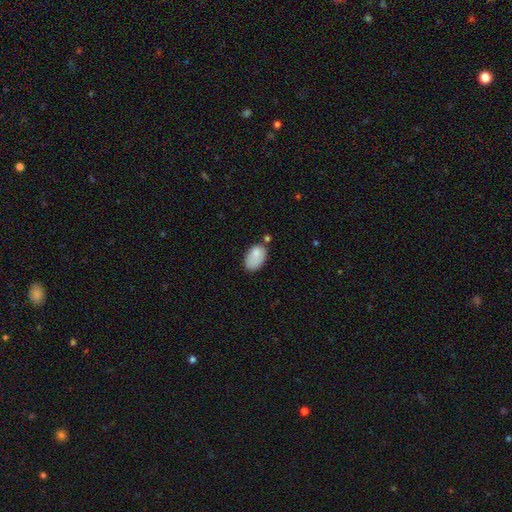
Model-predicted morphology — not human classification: Smooth or featured?
  - smooth: 82% *
  - featured or disk: 11%
  - star or artifact: 8%
How rounded?
  - in between: 92% *
  - round: 7%
  - cigar-shaped: 1%
Merging?
  - none: 53% *
  - minor disturbance: 28%
  - merger: 11%
  - major disturbance: 9%